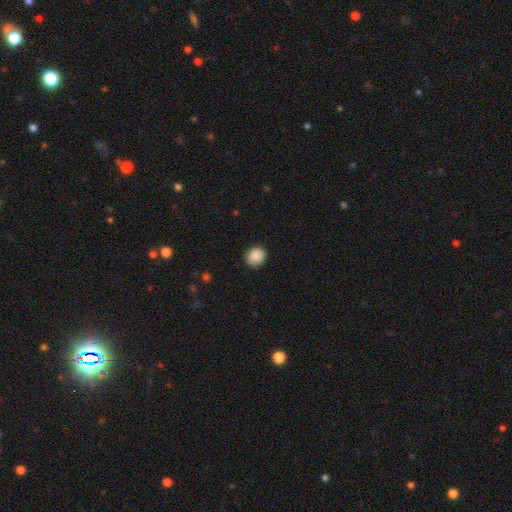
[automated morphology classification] Smooth or featured?
  - smooth: 89% *
  - star or artifact: 8%
  - featured or disk: 3%
How rounded?
  - round: 75% *
  - in between: 24%
  - cigar-shaped: 1%
Merging?
  - none: 86% *
  - minor disturbance: 11%
  - major disturbance: 2%
  - merger: 1%